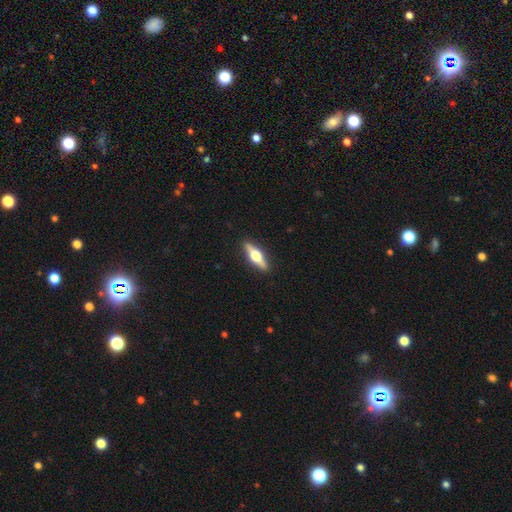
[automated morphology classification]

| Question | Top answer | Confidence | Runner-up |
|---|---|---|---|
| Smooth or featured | featured or disk | 65% | smooth (29%) |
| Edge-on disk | yes | 96% | no (4%) |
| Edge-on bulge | rounded | 96% | boxy (3%) |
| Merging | none | 91% | minor disturbance (6%) |